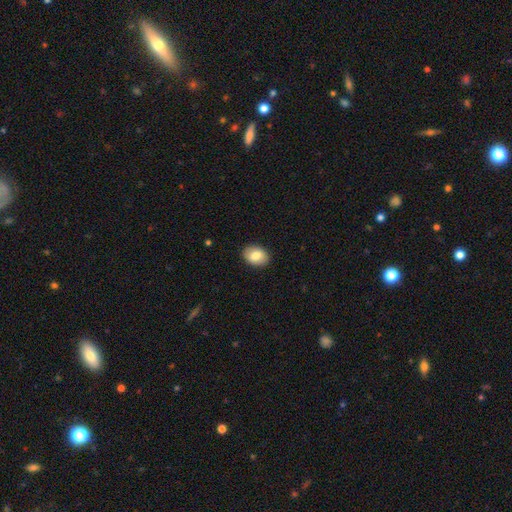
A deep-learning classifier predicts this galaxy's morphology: Smooth or featured?
  - smooth: 80% *
  - featured or disk: 13%
  - star or artifact: 7%
How rounded?
  - in between: 74% *
  - round: 25%
  - cigar-shaped: 1%
Merging?
  - none: 89% *
  - minor disturbance: 8%
  - major disturbance: 2%
  - merger: 1%